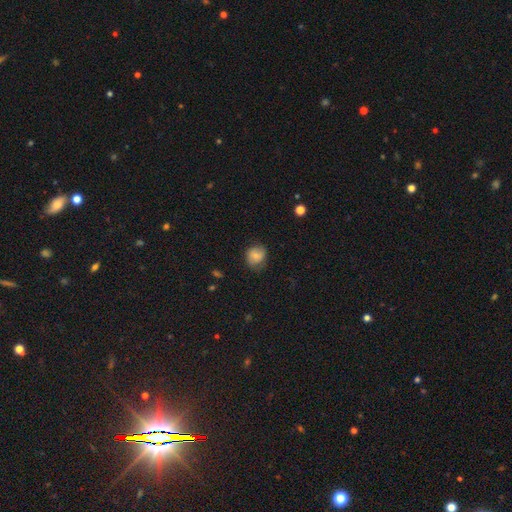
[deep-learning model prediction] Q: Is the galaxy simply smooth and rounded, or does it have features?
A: smooth — 76%.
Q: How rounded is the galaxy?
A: round — 75%.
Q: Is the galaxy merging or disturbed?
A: none — 66%.